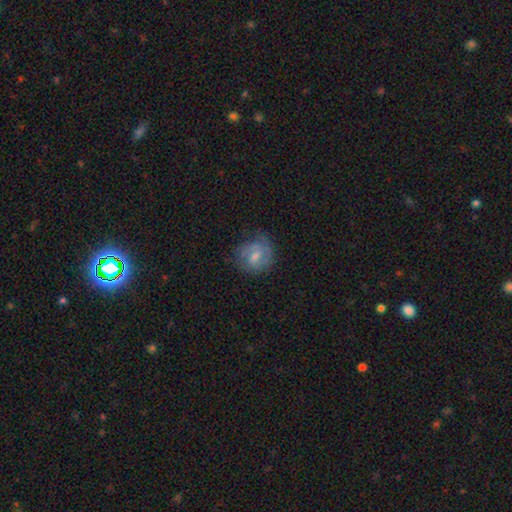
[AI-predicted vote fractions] The model was most divided on "bulge size": moderate: 44%, small: 43%, none: 9%, large: 3%, dominant: 1%. More confident: edge-on disk — no (97%); spiral arms — yes (85%); merging — none (65%); smooth or featured — featured or disk (59%); bar — weak (55%).